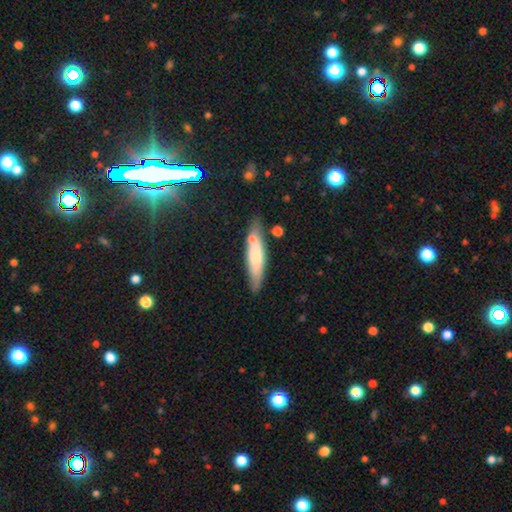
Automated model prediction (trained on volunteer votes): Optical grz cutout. It shows a smooth galaxy with no disk features (62%) that is cigar-shaped (76%). Merging: none (72%).